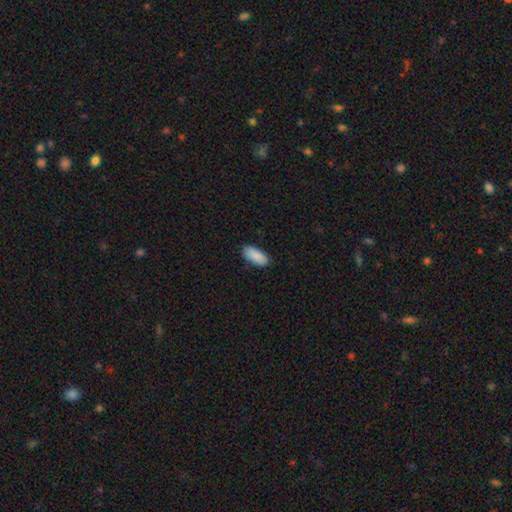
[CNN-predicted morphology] This is clearly a smooth galaxy (90%). How rounded: clearly in between (88%). Merging: clearly none (87%).